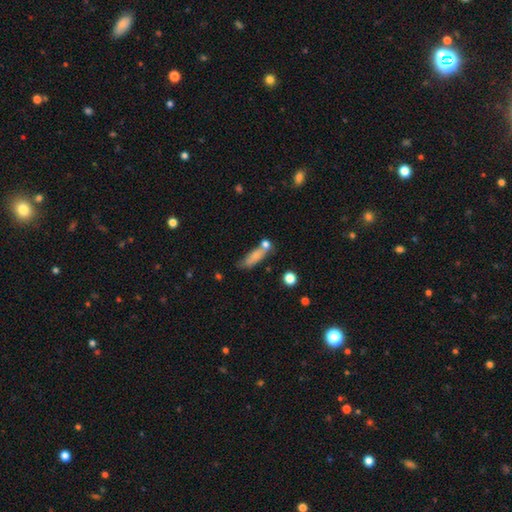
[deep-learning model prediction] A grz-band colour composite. It shows a smooth galaxy with no disk features (74%) that is cigar-shaped (52%). Merging: none (48%).